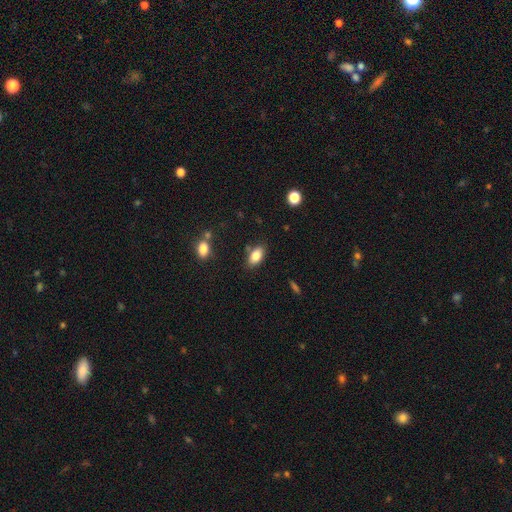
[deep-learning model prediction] Overall: smooth (83%). How rounded: in between (90%). Merging: none (80%).